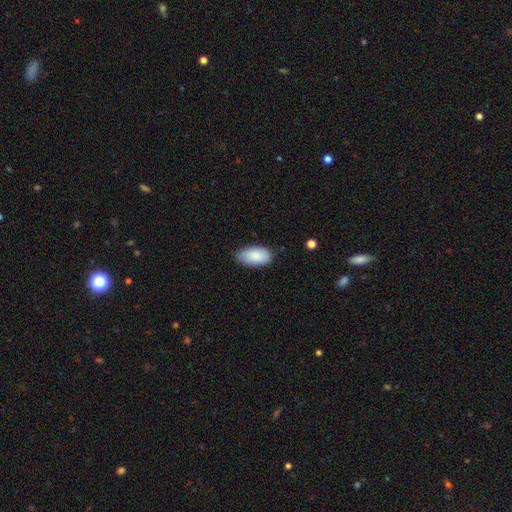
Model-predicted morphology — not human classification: smooth-or-featured: smooth: 87% | featured or disk: 7% | star or artifact: 6%
  how-rounded: in between: 95% | cigar-shaped: 3% | round: 2%
  merging: none: 72% | minor disturbance: 24% | major disturbance: 3% | merger: 1%